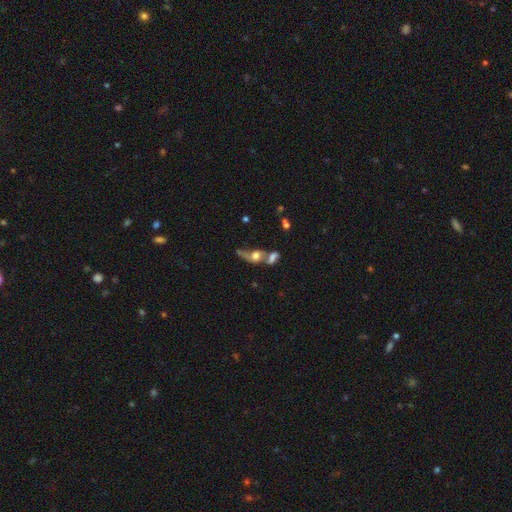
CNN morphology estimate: type=smooth (48%); merging=merger (57%).